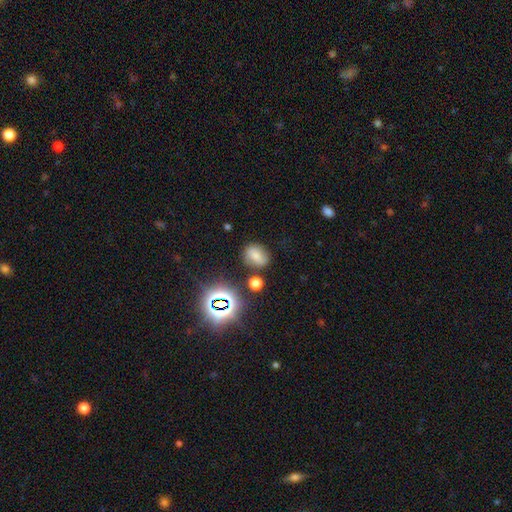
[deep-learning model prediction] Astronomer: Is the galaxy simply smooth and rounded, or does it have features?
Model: smooth — 61%.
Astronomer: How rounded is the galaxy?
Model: in between — 57% (runner-up: round, 41%).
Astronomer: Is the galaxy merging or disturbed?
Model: none — 72%.